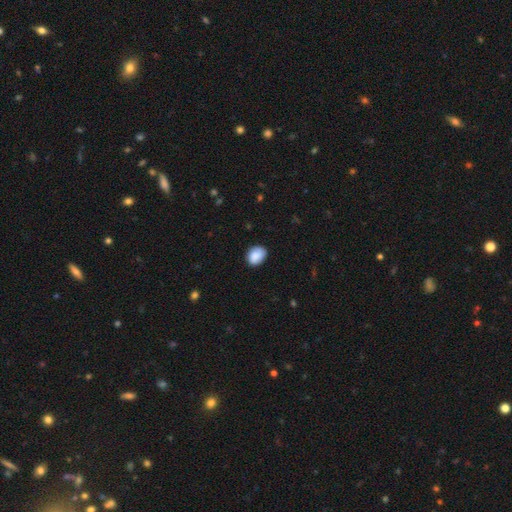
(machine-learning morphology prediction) A smooth galaxy with no disk features (87%) that is in between round and cigar-shaped (60%).

Vote fractions:
- Smooth or featured? smooth: 87% / star or artifact: 7% / featured or disk: 6%
- How rounded? in between: 60% / round: 39% / cigar-shaped: 1%
- Merging? none: 79% / minor disturbance: 17% / major disturbance: 3% / merger: 1%